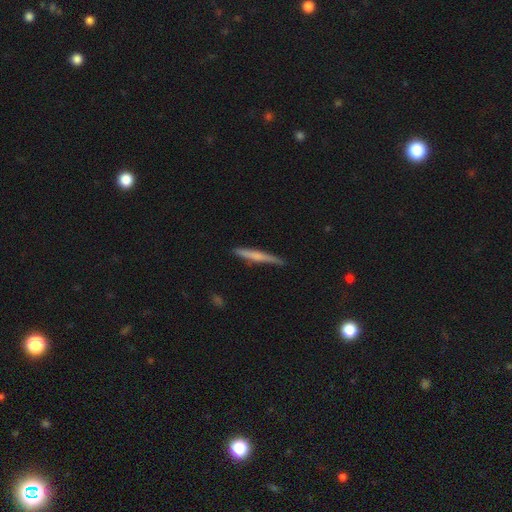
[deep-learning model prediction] Smooth or featured? smooth (52%)
How rounded? cigar-shaped (95%)
Merging? none (84%)